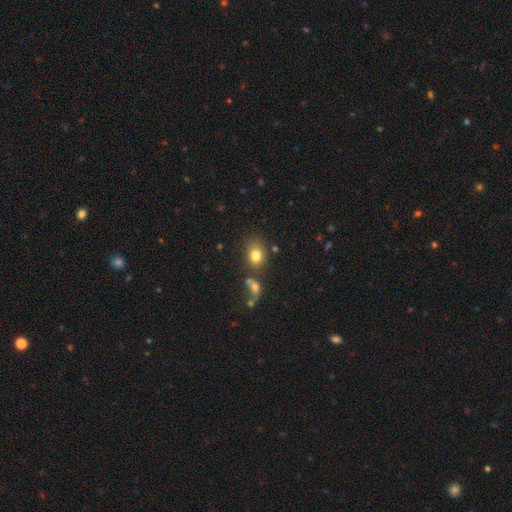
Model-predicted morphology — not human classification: Smooth or featured: smooth — 79% (star or artifact — 11%)
How rounded: in between — 62% (round — 37%)
Merging: none — 61% (merger — 16%)